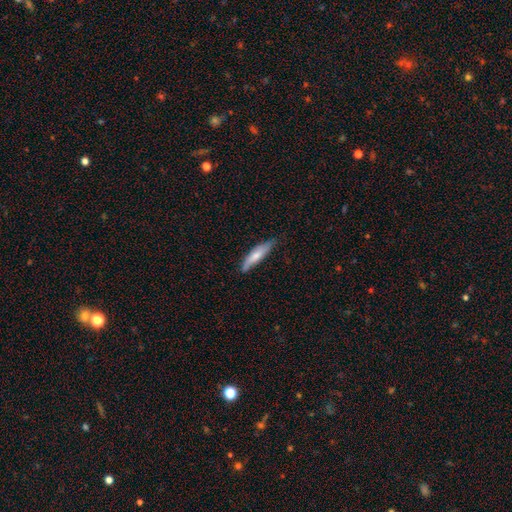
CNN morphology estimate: Smooth or featured? smooth (69%)
How rounded? cigar-shaped (74%)
Merging? none (69%)